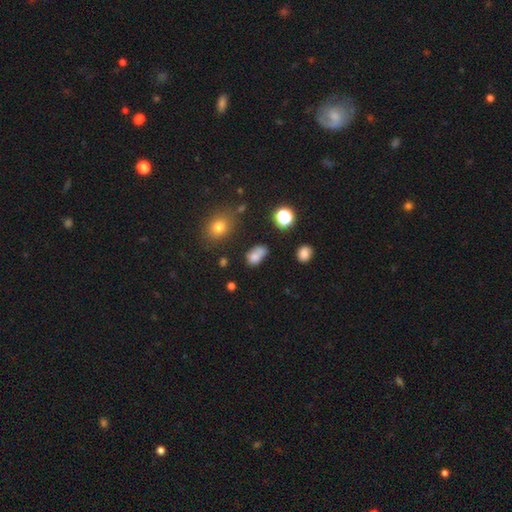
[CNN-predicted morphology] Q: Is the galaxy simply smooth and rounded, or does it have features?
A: smooth — 73%.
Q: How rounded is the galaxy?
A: in between — 77%.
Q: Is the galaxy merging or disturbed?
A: none — 39%.